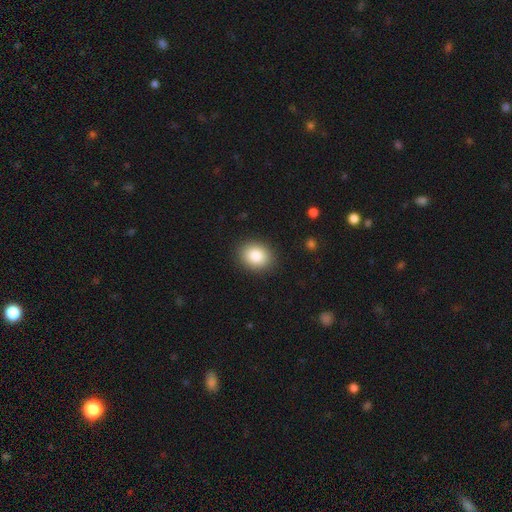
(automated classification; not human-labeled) smooth-or-featured: smooth: 86% | star or artifact: 8% | featured or disk: 6%
  how-rounded: round: 51% | in between: 49% | cigar-shaped: 1%
  merging: none: 89% | minor disturbance: 8% | major disturbance: 2% | merger: 1%